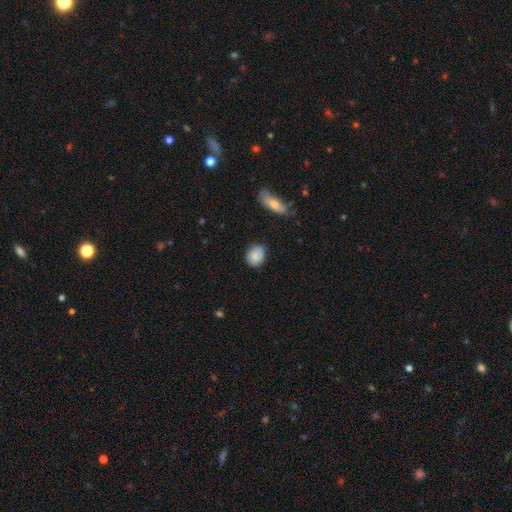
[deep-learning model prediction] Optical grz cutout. It shows a smooth galaxy with no disk features (83%) that is in between round and cigar-shaped (52%). Merging: none (78%).